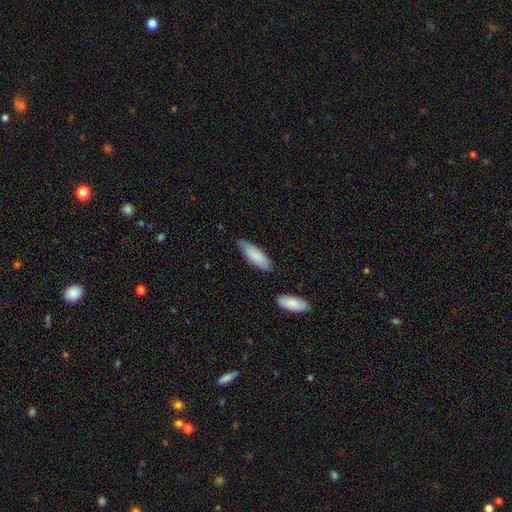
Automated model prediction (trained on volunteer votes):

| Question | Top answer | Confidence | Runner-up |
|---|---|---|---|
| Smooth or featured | smooth | 83% | featured or disk (11%) |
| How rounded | in between | 60% | cigar-shaped (38%) |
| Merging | none | 64% | minor disturbance (27%) |